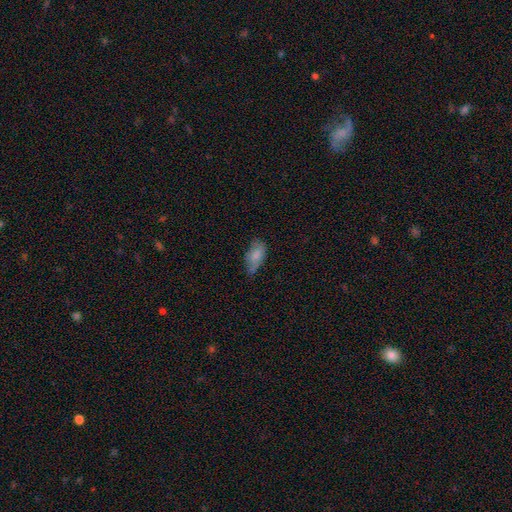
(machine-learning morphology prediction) Smooth or featured? Predicted: smooth (p=0.78). How rounded? Predicted: in between (p=0.91). Merging? Predicted: none (p=0.52).